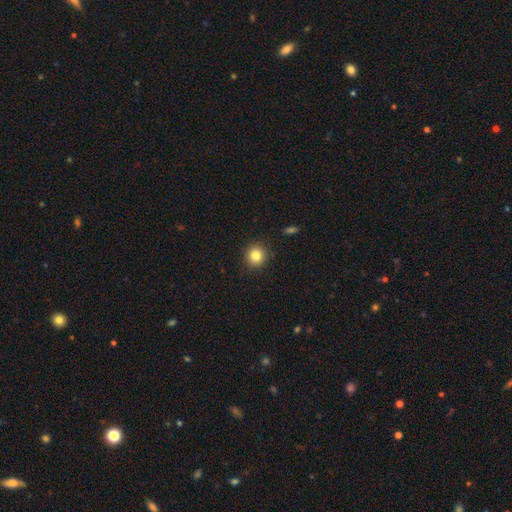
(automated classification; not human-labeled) Morphology: type=smooth (83%); roundness=round (91%); merging=none (90%).